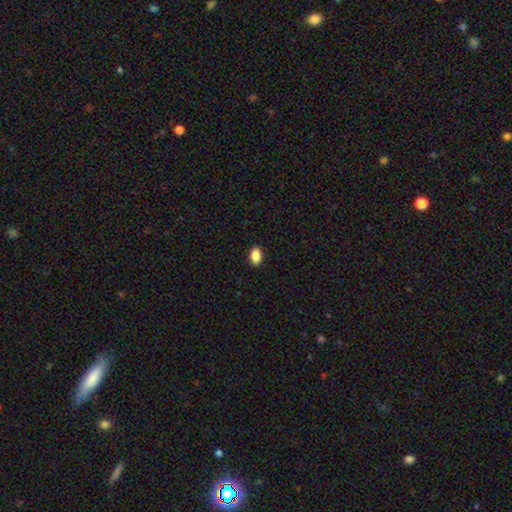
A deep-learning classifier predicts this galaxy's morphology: Smooth or featured? Predicted: smooth (p=0.88). How rounded? Predicted: in between (p=0.90). Merging? Predicted: none (p=0.91).